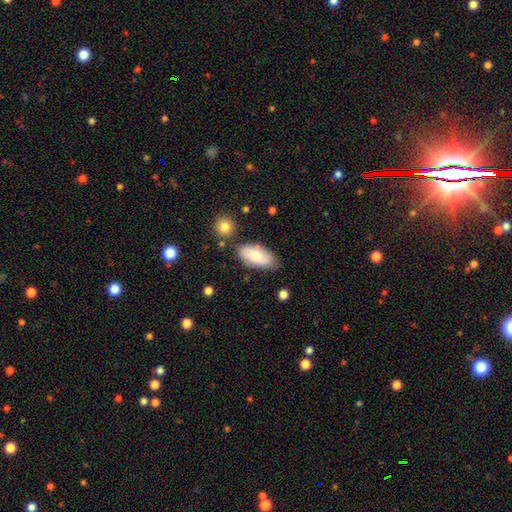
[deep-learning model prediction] Smooth or featured?
  - smooth: 75% *
  - featured or disk: 19%
  - star or artifact: 6%
How rounded?
  - in between: 92% *
  - cigar-shaped: 5%
  - round: 3%
Merging?
  - none: 72% *
  - minor disturbance: 18%
  - merger: 6%
  - major disturbance: 4%